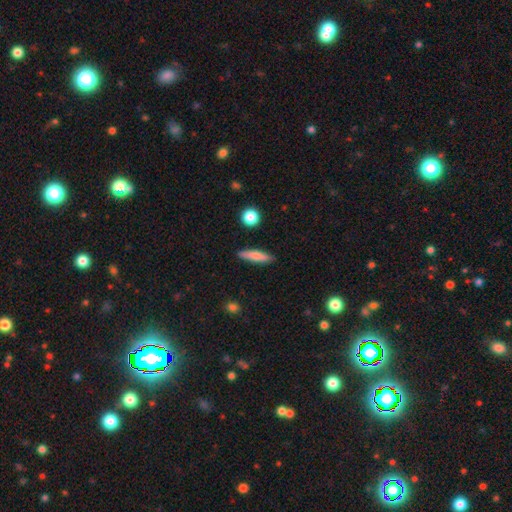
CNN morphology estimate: A smooth galaxy with no disk features (75%) that is cigar-shaped (80%).

Vote fractions:
- Smooth or featured? smooth: 75% / featured or disk: 18% / star or artifact: 7%
- How rounded? cigar-shaped: 80% / in between: 17% / round: 2%
- Merging? none: 87% / minor disturbance: 9% / major disturbance: 2% / merger: 2%